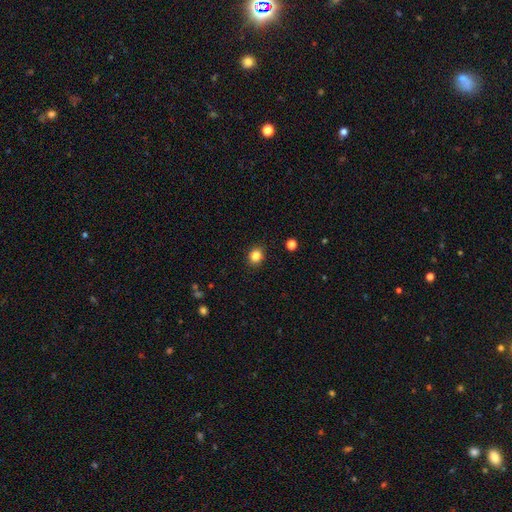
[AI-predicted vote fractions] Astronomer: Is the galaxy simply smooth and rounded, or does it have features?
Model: smooth — 83%.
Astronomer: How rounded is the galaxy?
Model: round — 67%.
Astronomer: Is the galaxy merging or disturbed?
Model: none — 89%.